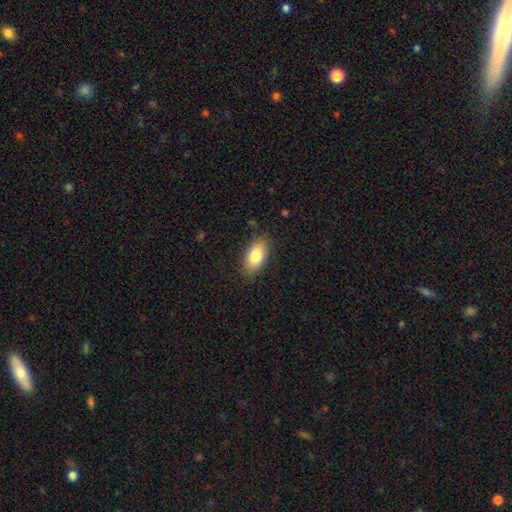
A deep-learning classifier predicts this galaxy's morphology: A smooth galaxy with no disk features (80%) that is in between round and cigar-shaped (91%).

Vote fractions:
- Smooth or featured? smooth: 80% / featured or disk: 13% / star or artifact: 7%
- How rounded? in between: 91% / round: 5% / cigar-shaped: 4%
- Merging? none: 85% / minor disturbance: 11% / major disturbance: 3% / merger: 1%